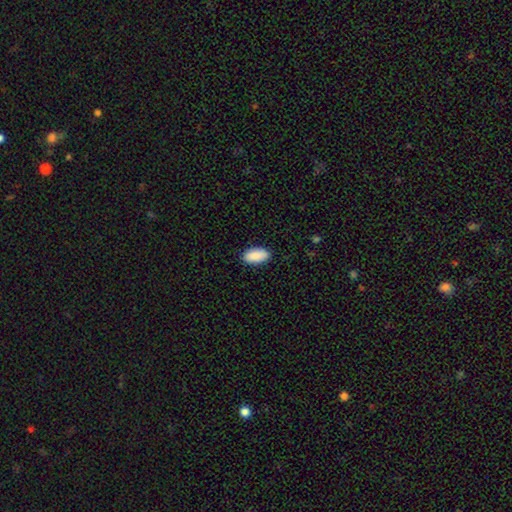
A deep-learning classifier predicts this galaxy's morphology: Q: Smooth or featured?
A: smooth (90%); runner-up: star or artifact (6%)
Q: How rounded?
A: in between (94%); runner-up: cigar-shaped (4%)
Q: Merging?
A: none (88%); runner-up: minor disturbance (9%)